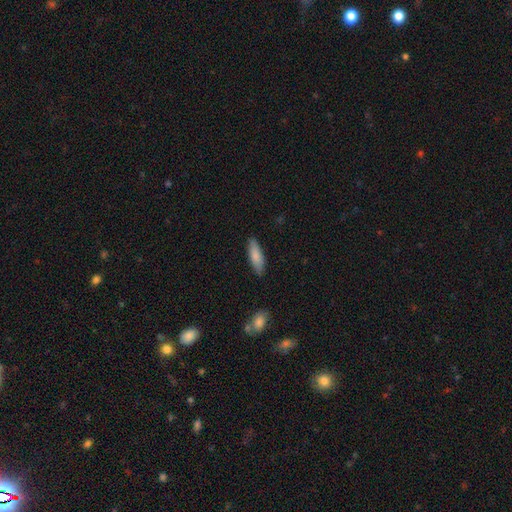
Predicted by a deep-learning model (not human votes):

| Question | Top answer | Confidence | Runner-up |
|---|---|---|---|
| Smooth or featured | smooth | 83% | featured or disk (11%) |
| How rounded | cigar-shaped | 53% | in between (45%) |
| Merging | none | 85% | minor disturbance (11%) |